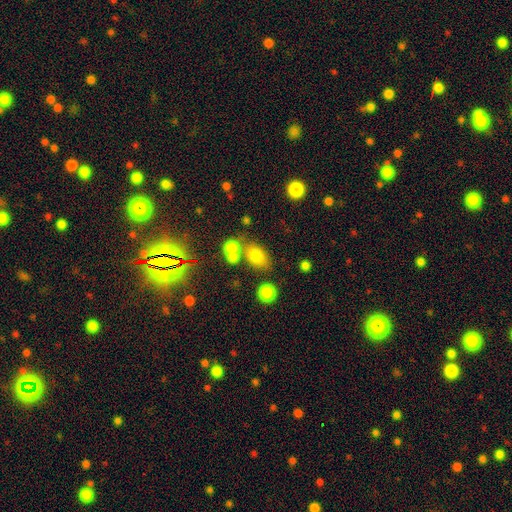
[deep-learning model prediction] This appears to be a smooth galaxy with no disk features (75%) that is in between round and cigar-shaped (72%). Merging: none (57%).